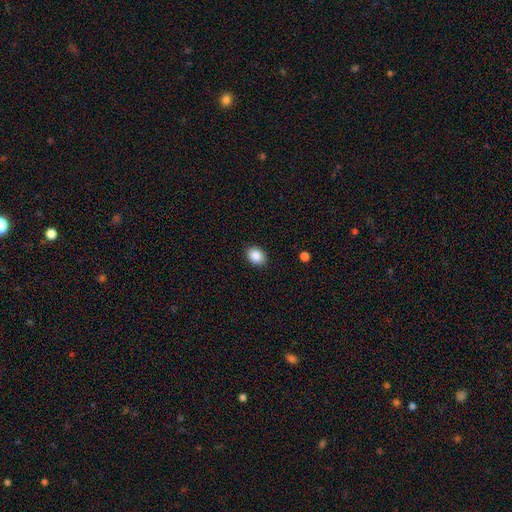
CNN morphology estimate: Smooth or featured? Predicted: smooth (p=0.88). How rounded? Predicted: in between (p=0.64). Merging? Predicted: none (p=0.89).